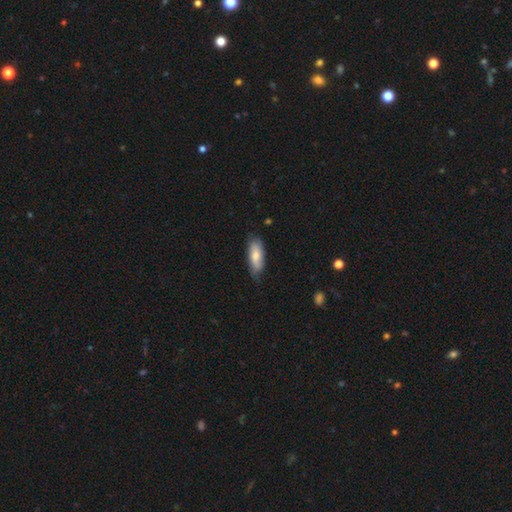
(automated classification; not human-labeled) Smooth or featured? smooth (75%)
How rounded? in between (72%)
Merging? none (70%)